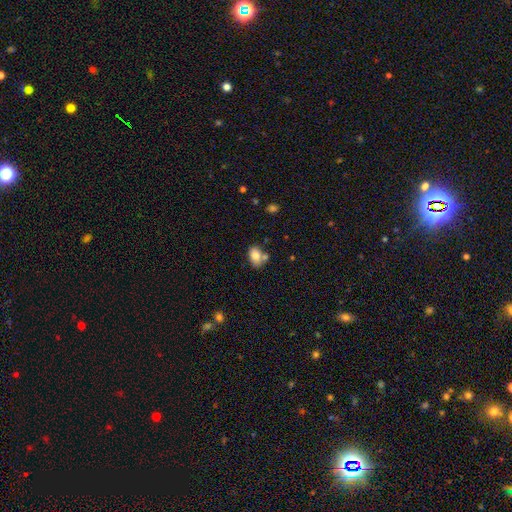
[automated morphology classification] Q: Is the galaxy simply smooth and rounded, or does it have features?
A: smooth — 78%.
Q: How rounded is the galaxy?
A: in between — 79%.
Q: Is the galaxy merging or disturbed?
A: none — 57%.